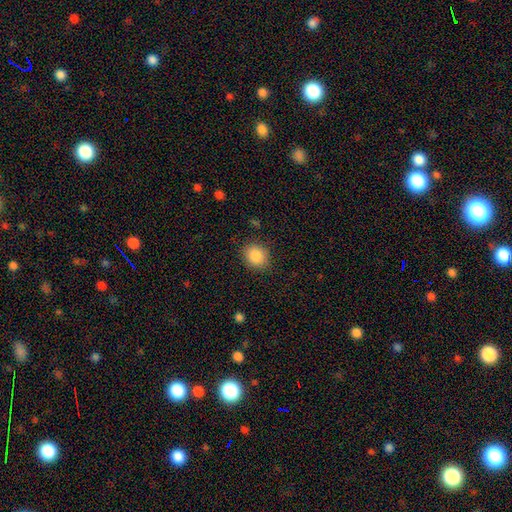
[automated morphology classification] type=smooth (86%); roundness=round (73%); merging=none (86%).